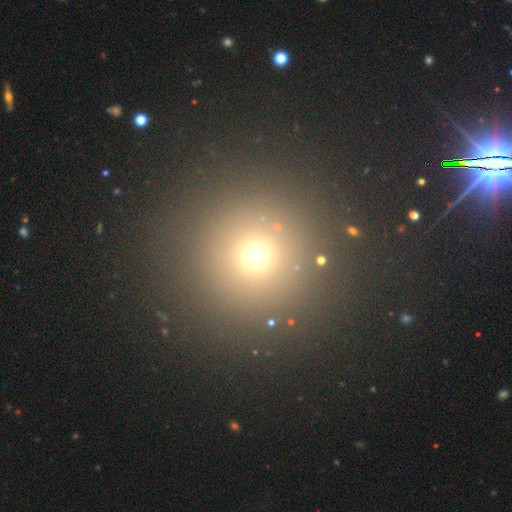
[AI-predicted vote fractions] This is likely a smooth galaxy (63%). How rounded: clearly round (95%). Merging: clearly none (89%).